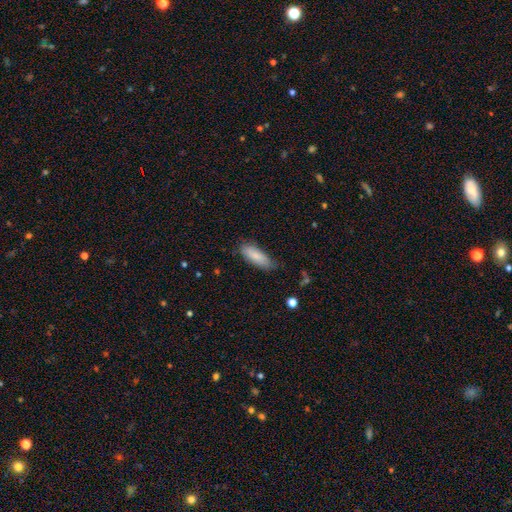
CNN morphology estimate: Q: Smooth or featured?
A: smooth (84%); runner-up: featured or disk (10%)
Q: How rounded?
A: in between (67%); runner-up: cigar-shaped (32%)
Q: Merging?
A: none (70%); runner-up: minor disturbance (25%)